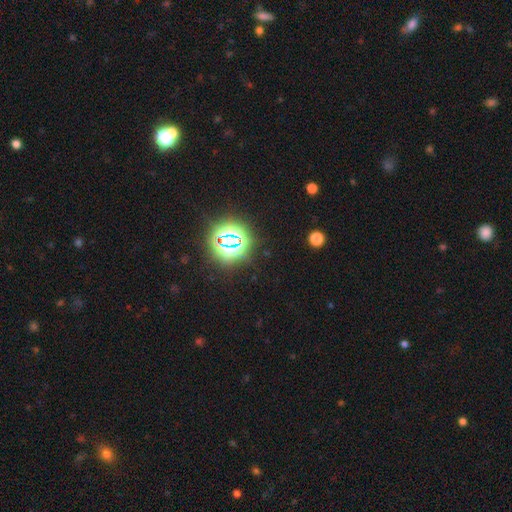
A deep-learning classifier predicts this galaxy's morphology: smooth-or-featured: star or artifact: 79% | smooth: 16% | featured or disk: 6%